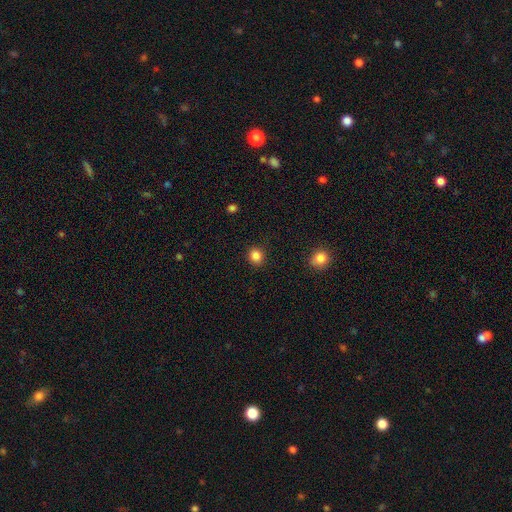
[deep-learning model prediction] This is clearly a smooth galaxy (86%). How rounded: likely round (78%). Merging: clearly none (89%).